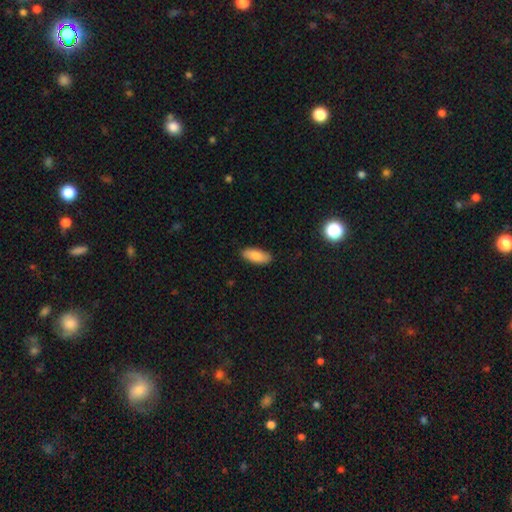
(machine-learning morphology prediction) smooth_or_featured: smooth (p=0.85) [alt: featured or disk p=0.08]
how_rounded: in between (p=0.81) [alt: cigar-shaped p=0.17]
merging: none (p=0.88) [alt: minor disturbance p=0.09]